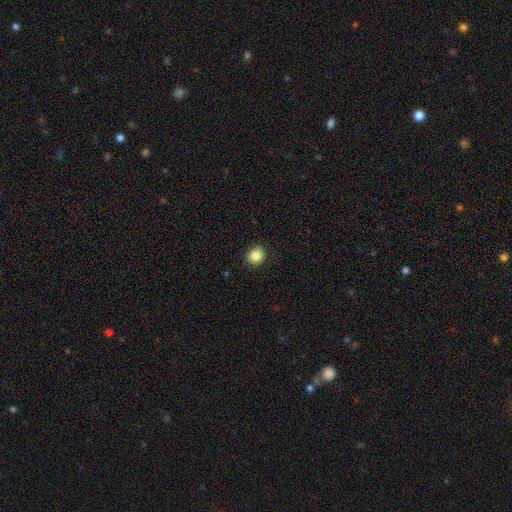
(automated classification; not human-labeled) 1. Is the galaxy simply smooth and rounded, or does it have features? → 85% smooth, 10% star or artifact, 6% featured or disk.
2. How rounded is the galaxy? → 86% round, 14% in between, 1% cigar-shaped.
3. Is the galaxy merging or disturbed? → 91% none, 6% minor disturbance, 2% major disturbance, 1% merger.